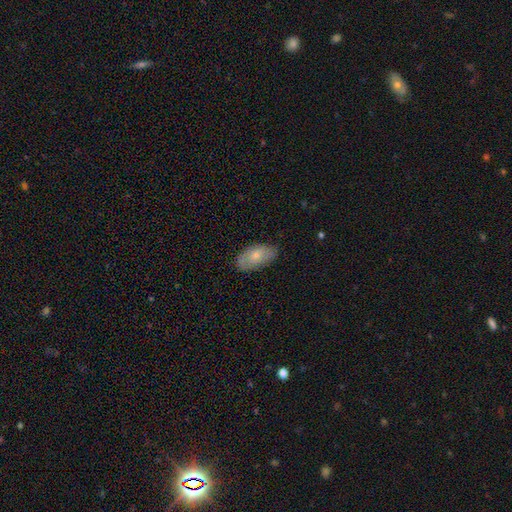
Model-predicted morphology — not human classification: smooth 69%, featured or disk 24%, star or artifact 6%. Down the decision tree: how rounded — in between (93%); merging — none (78%).